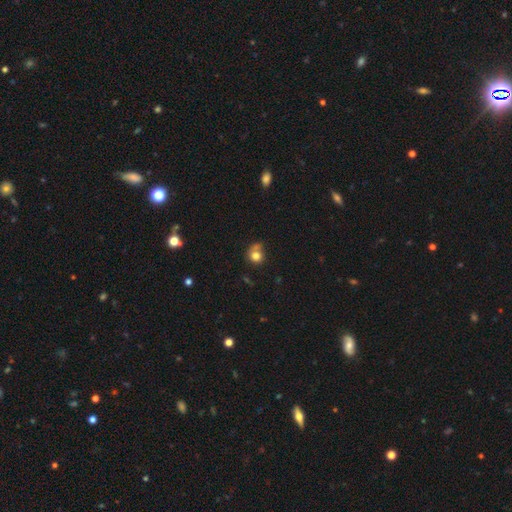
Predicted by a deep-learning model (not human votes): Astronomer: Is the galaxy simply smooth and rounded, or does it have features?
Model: smooth — 79%.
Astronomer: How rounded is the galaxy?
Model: round — 81%.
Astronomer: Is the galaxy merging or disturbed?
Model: none — 50%.